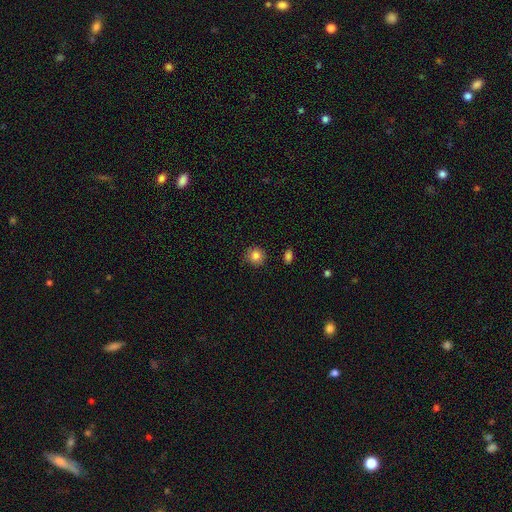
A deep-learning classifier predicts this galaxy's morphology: smooth-or-featured: smooth: 84% | star or artifact: 10% | featured or disk: 6%
  how-rounded: round: 91% | in between: 8% | cigar-shaped: 1%
  merging: none: 87% | minor disturbance: 9% | major disturbance: 2% | merger: 2%